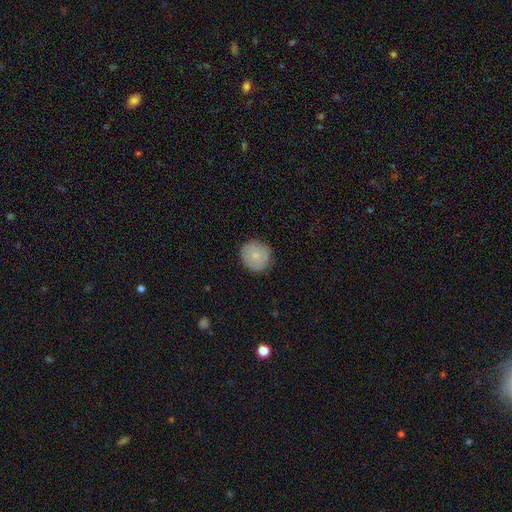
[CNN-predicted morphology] A smooth galaxy with no disk features (77%) that is round (92%).

Vote fractions:
- Smooth or featured? smooth: 77% / featured or disk: 15% / star or artifact: 7%
- How rounded? round: 92% / in between: 7% / cigar-shaped: 1%
- Merging? none: 86% / minor disturbance: 11% / major disturbance: 2% / merger: 1%